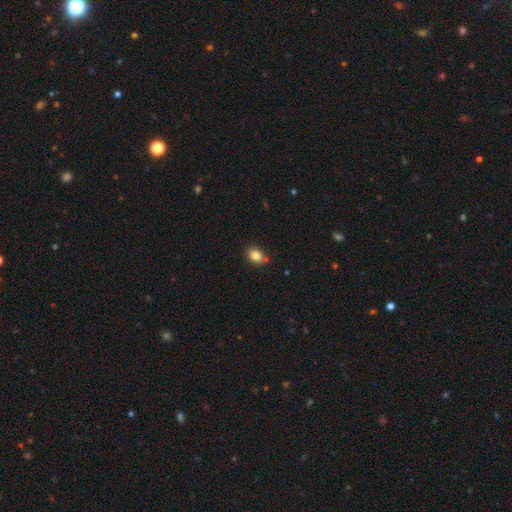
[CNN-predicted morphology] Q: Smooth or featured?
A: smooth (83%); runner-up: star or artifact (11%)
Q: How rounded?
A: in between (58%); runner-up: round (41%)
Q: Merging?
A: none (76%); runner-up: minor disturbance (14%)